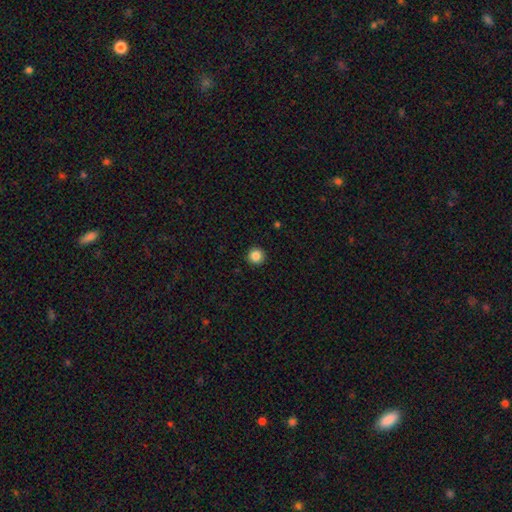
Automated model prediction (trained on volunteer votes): This is clearly a smooth galaxy (86%). How rounded: clearly round (96%). Merging: clearly none (93%).